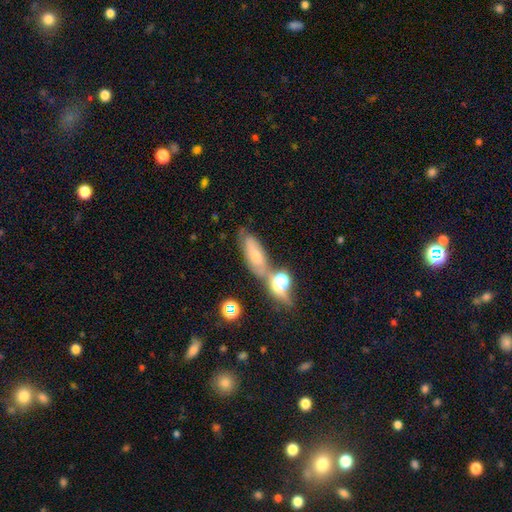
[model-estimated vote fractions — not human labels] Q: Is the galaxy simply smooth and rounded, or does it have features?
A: smooth — 53%.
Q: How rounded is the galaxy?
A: in between — 49%.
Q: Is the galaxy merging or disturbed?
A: none — 52%.